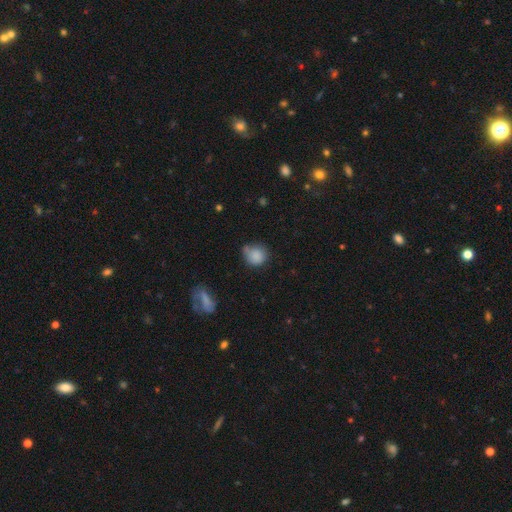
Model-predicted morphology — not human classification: smooth 83%, star or artifact 9%, featured or disk 7%. Down the decision tree: how rounded — round (78%); merging — none (51%).